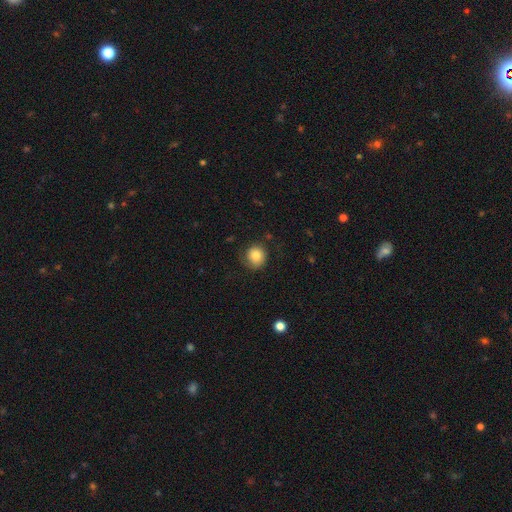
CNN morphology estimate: Overall: smooth (80%). How rounded: round (89%). Merging: none (77%).